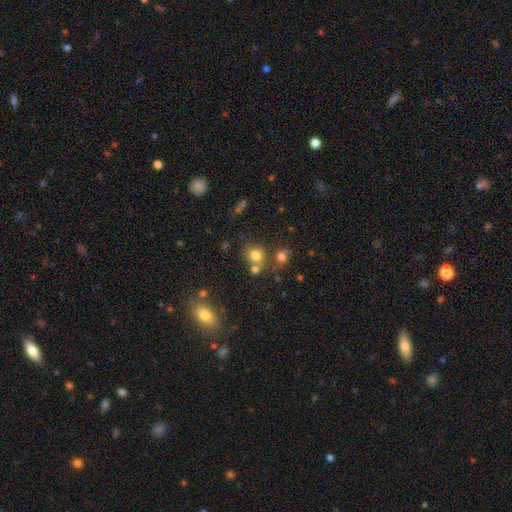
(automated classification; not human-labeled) This is likely a smooth galaxy (74%). How rounded: clearly round (80%). Merging: possibly none (59%).